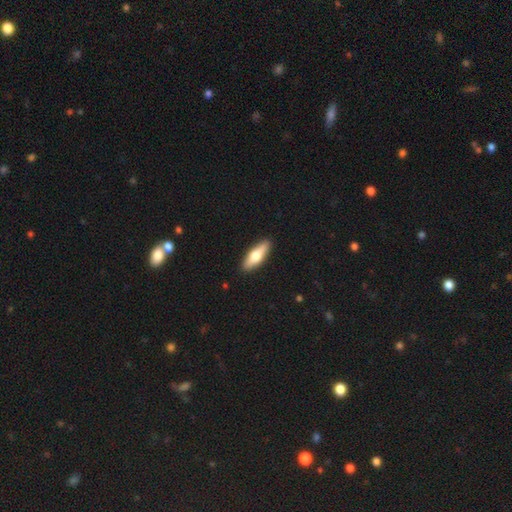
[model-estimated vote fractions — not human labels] A smooth galaxy with no disk features (60%) that is cigar-shaped (52%). Merging: none (90%).